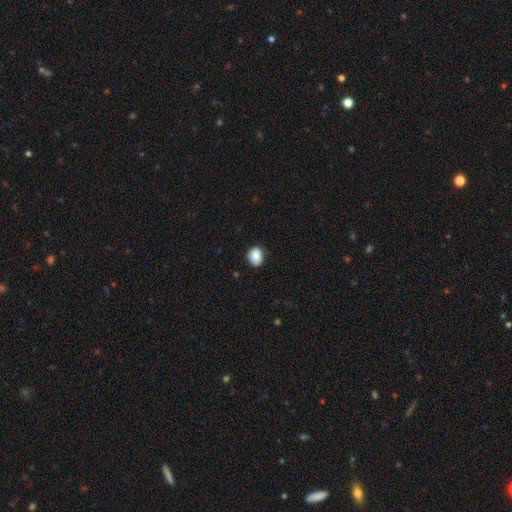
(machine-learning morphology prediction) Q: Smooth or featured?
A: smooth (88%); runner-up: star or artifact (8%)
Q: How rounded?
A: in between (59%); runner-up: round (40%)
Q: Merging?
A: none (78%); runner-up: minor disturbance (18%)